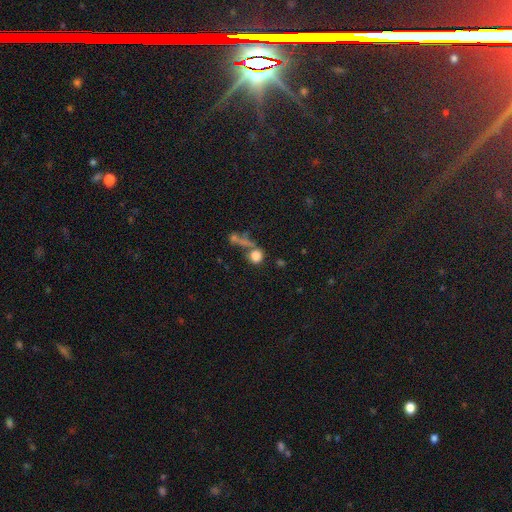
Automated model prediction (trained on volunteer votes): Smooth or featured?
  - smooth: 77% *
  - star or artifact: 13%
  - featured or disk: 10%
How rounded?
  - round: 83% *
  - in between: 14%
  - cigar-shaped: 3%
Merging?
  - none: 49% *
  - merger: 28%
  - major disturbance: 12%
  - minor disturbance: 11%